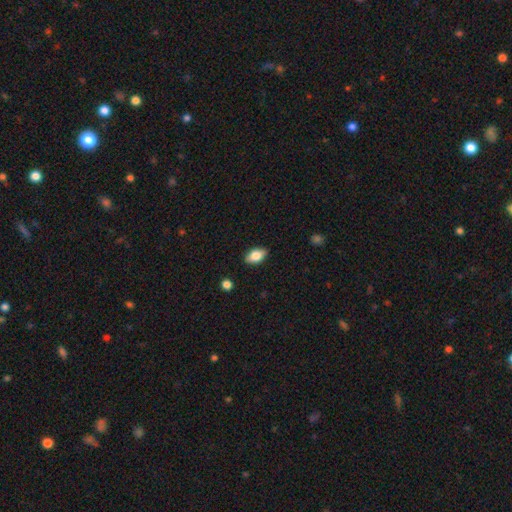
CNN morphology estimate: Q: Smooth or featured?
A: smooth (77%); runner-up: featured or disk (16%)
Q: How rounded?
A: in between (89%); runner-up: round (6%)
Q: Merging?
A: none (87%); runner-up: minor disturbance (10%)